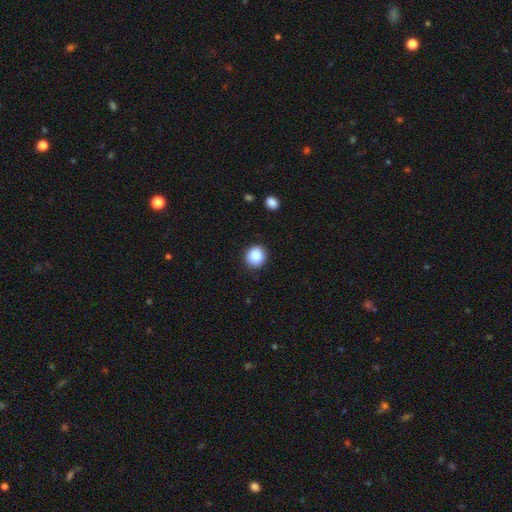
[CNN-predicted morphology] Overall: smooth (86%). How rounded: round (88%). Merging: none (91%).